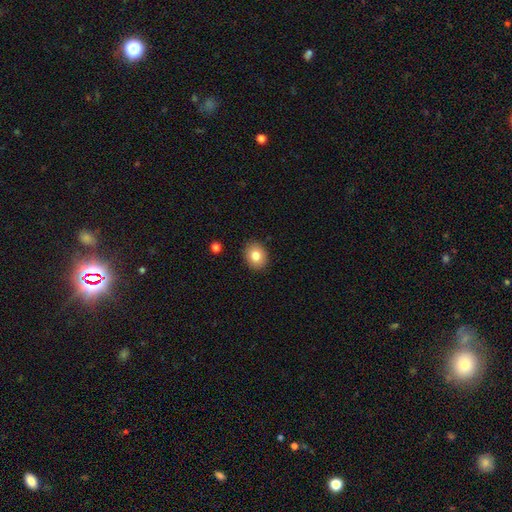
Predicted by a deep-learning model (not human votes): This appears to be a smooth galaxy with no disk features (82%) that is round (58%). Merging: none (90%).